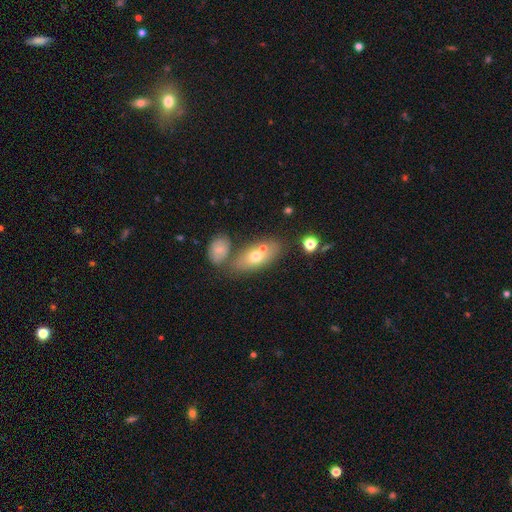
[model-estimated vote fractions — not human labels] Overall: smooth (63%; featured or disk 27%). How rounded: in between (80%). Merging: none (51%; merger 31%).